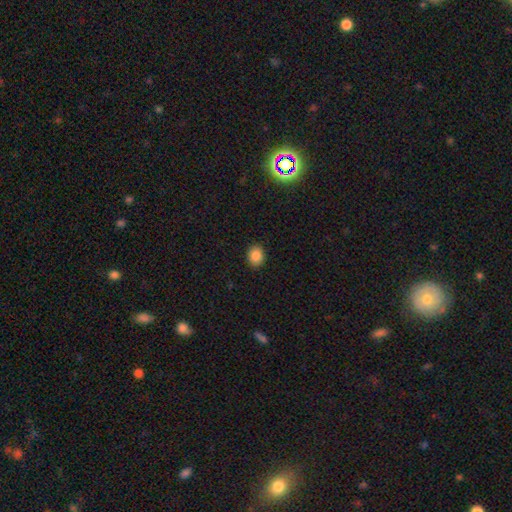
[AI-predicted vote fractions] This appears to be a smooth galaxy with no disk features (87%) that is round (51%). Merging: none (90%).